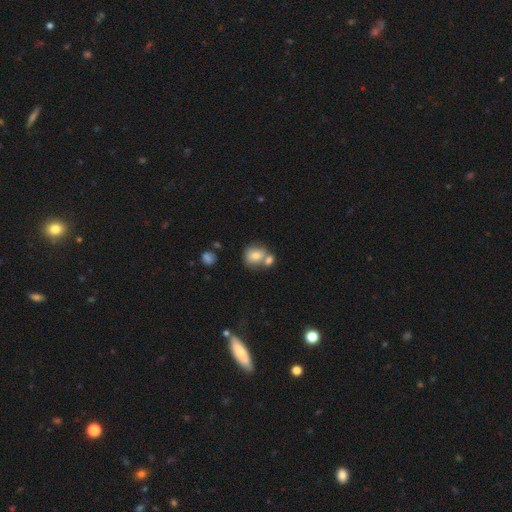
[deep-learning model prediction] A smooth galaxy with no disk features (74%) that is round (69%).

Vote fractions:
- Smooth or featured? smooth: 74% / featured or disk: 16% / star or artifact: 9%
- How rounded? round: 69% / in between: 30% / cigar-shaped: 1%
- Merging? merger: 43% / none: 42% / minor disturbance: 11% / major disturbance: 4%